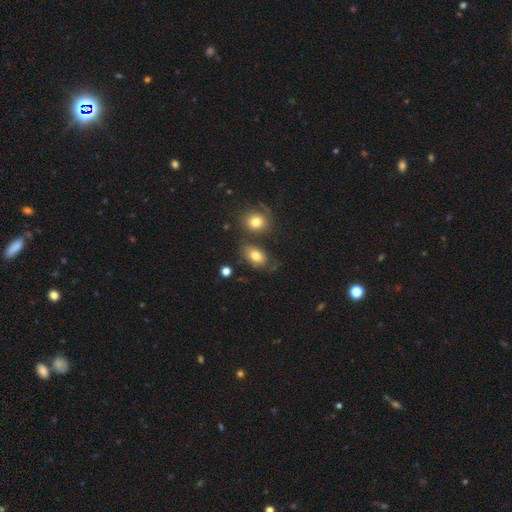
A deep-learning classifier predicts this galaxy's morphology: This appears to be a smooth galaxy with no disk features (76%) that is in between round and cigar-shaped (86%). Merging: none (58%).